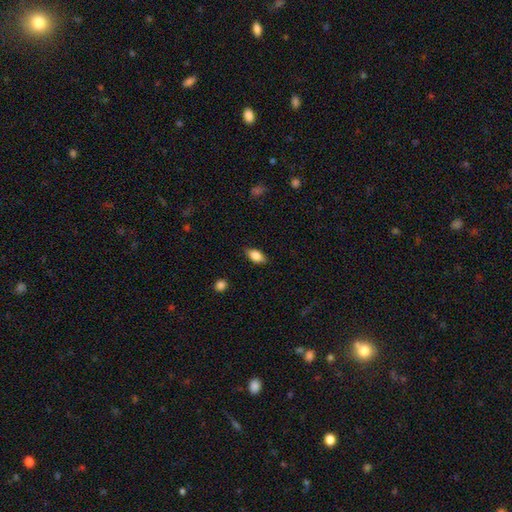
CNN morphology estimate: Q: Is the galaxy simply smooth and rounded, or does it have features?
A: smooth — 82%.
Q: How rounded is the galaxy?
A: in between — 88%.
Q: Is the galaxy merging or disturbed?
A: none — 85%.